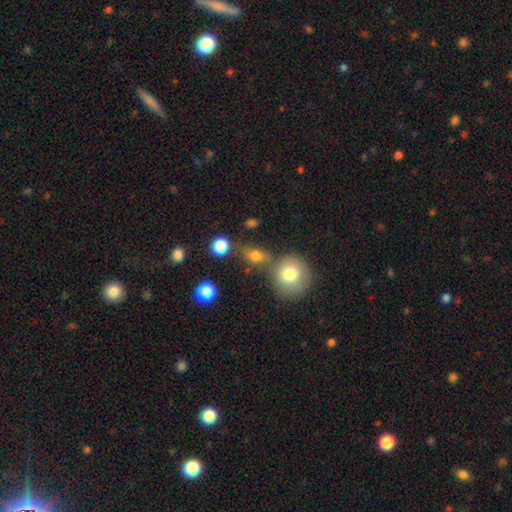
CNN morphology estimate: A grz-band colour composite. It shows a smooth galaxy with no disk features (73%) that is in between round and cigar-shaped (54%). Merging: none (58%).